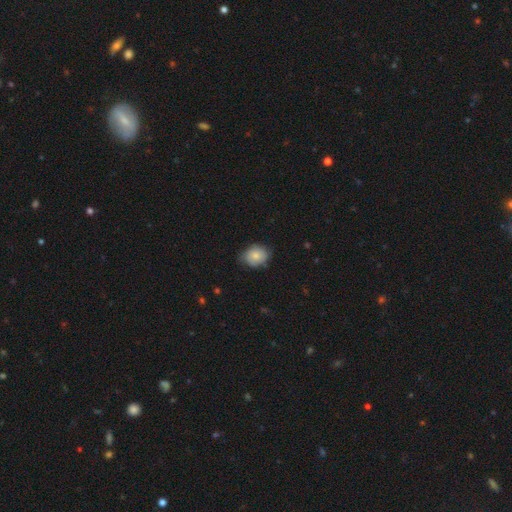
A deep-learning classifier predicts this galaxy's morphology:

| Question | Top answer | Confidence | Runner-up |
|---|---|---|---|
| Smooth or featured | smooth | 78% | featured or disk (15%) |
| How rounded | in between | 56% | round (43%) |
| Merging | none | 69% | minor disturbance (25%) |